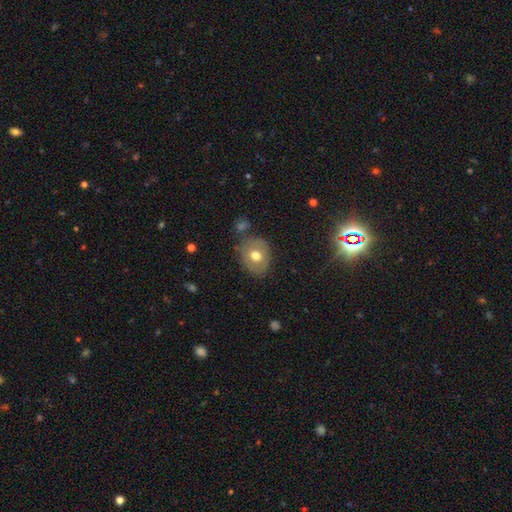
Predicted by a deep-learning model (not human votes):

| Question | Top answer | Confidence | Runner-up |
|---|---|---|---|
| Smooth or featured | smooth | 63% | featured or disk (28%) |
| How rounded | round | 53% | in between (46%) |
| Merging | none | 71% | minor disturbance (18%) |